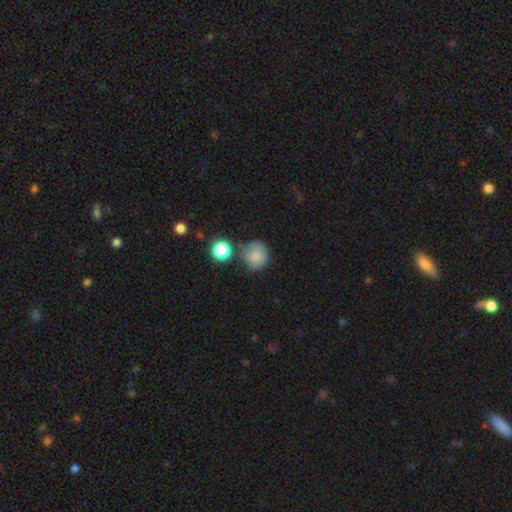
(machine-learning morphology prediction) Smooth or featured: smooth — 75% (star or artifact — 13%)
How rounded: round — 84% (in between — 15%)
Merging: none — 58% (minor disturbance — 23%)